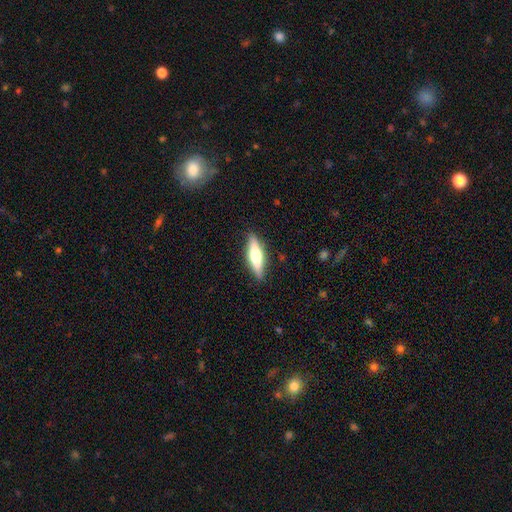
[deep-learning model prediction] This appears to be a featured or disk galaxy (53%) viewed edge-on (94%). Merging: none (88%).